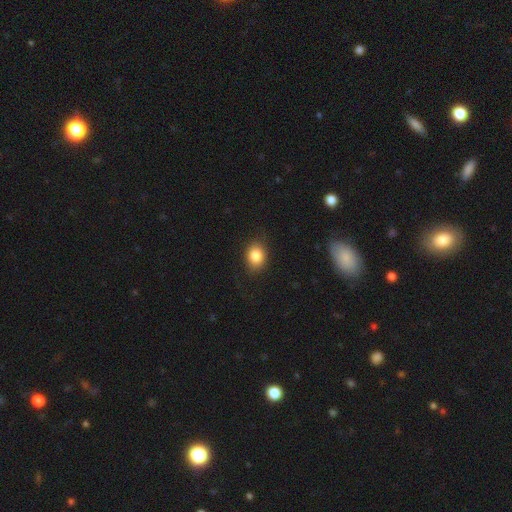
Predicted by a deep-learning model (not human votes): This appears to be a smooth galaxy with no disk features (84%) that is in between round and cigar-shaped (58%). Merging: none (85%).